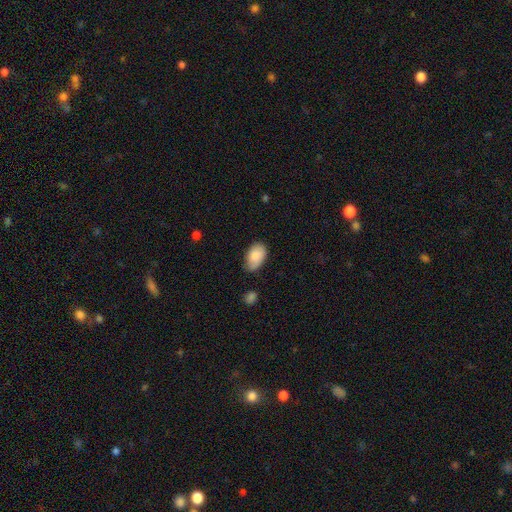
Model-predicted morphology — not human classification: This appears to be a smooth galaxy with no disk features (85%) that is in between round and cigar-shaped (92%). Merging: none (63%).